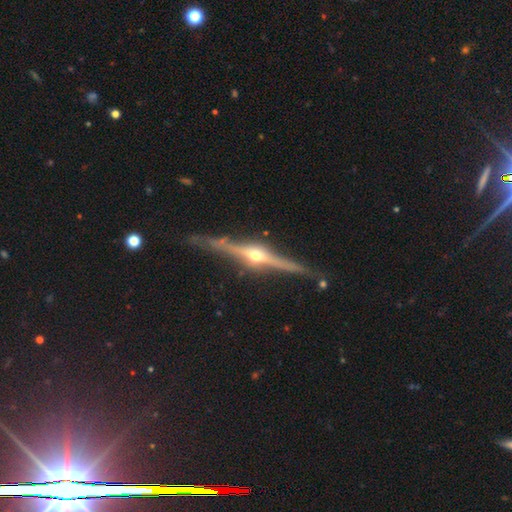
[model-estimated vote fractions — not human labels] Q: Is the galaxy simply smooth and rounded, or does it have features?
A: featured or disk — 88%.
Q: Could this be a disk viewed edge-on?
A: yes — 98%.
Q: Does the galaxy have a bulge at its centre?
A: rounded — 94%.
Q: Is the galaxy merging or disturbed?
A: none — 86%.